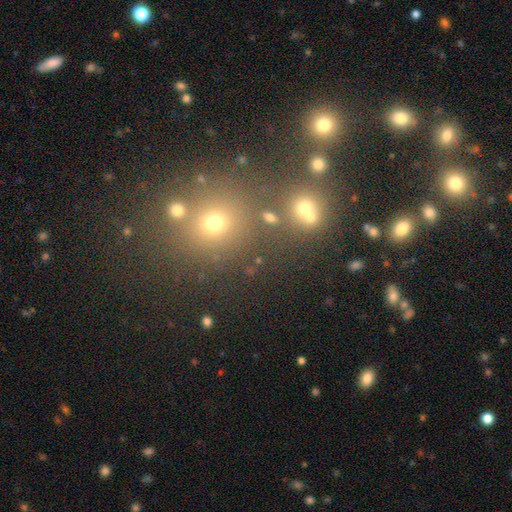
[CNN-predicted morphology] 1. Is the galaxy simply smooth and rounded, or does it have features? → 45% smooth (tied), 45% star or artifact (tied), 10% featured or disk.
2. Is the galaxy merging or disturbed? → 72% none, 15% merger, 9% minor disturbance, 4% major disturbance.